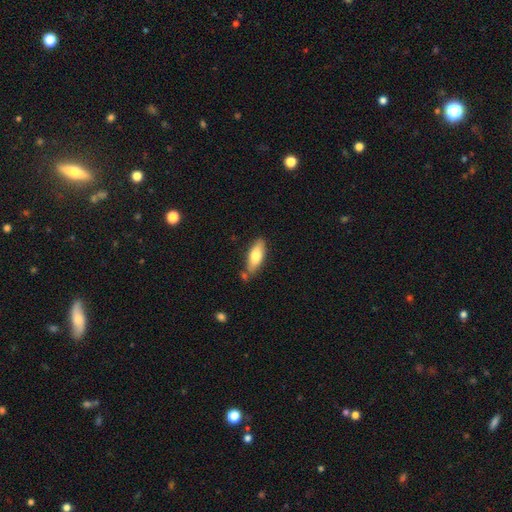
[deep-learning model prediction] Morphology: type=smooth (72%); roundness=in between (71%); merging=none (71%).